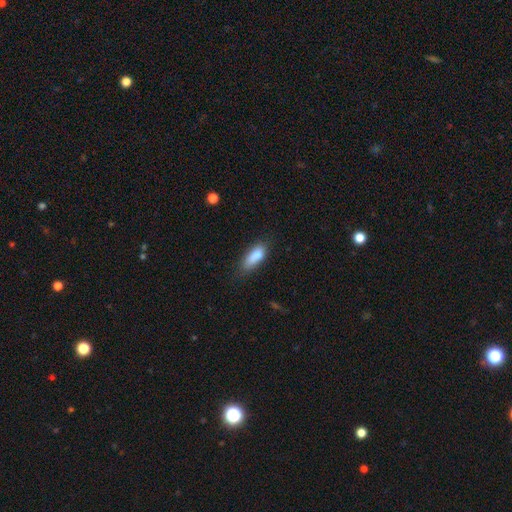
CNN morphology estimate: The model was most divided on "merging": none: 56%, minor disturbance: 30%, major disturbance: 9%, merger: 5%. More confident: smooth or featured — smooth (82%); how rounded — in between (71%).